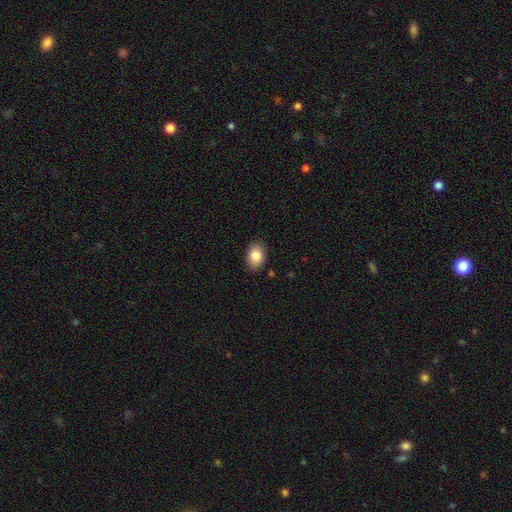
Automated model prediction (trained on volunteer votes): This appears to be a smooth galaxy with no disk features (85%) that is in between round and cigar-shaped (74%). Merging: none (88%).